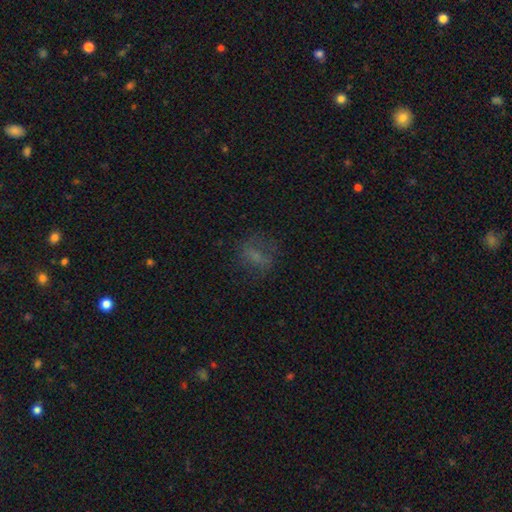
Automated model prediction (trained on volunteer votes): This appears to be a smooth galaxy with no disk features (54%) that is in between round and cigar-shaped (54%). Merging: none (65%).